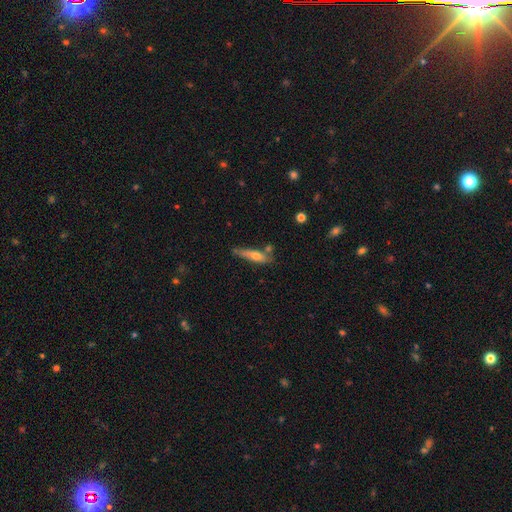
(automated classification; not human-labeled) Smooth or featured? smooth (56%)
How rounded? cigar-shaped (77%)
Merging? none (56%)